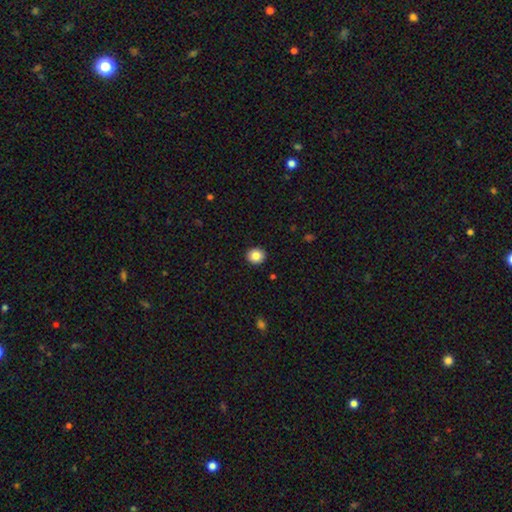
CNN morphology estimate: type=smooth (85%); roundness=round (83%); merging=none (92%).